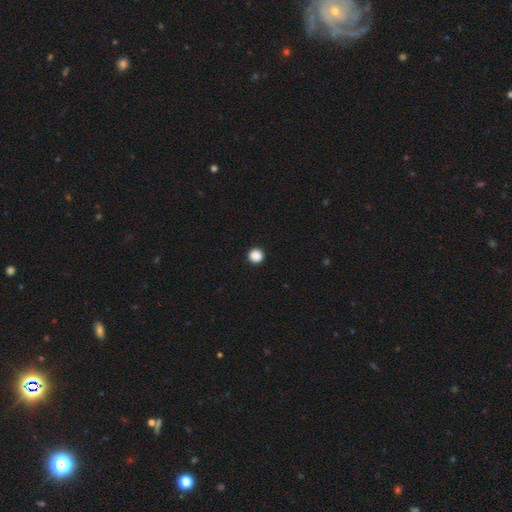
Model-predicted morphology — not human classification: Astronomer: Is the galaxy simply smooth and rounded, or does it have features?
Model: smooth — 88%.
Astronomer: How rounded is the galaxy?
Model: round — 96%.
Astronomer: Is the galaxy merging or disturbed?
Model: none — 94%.